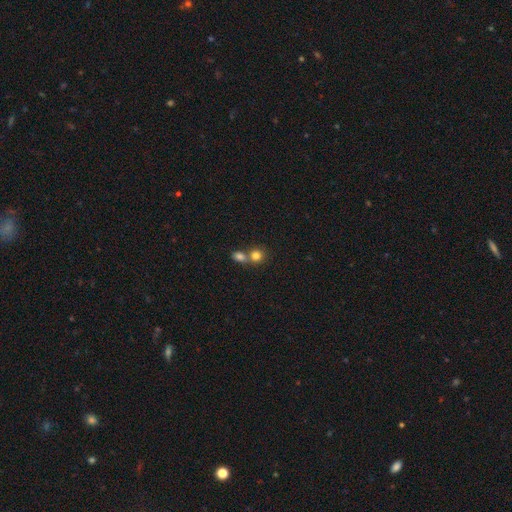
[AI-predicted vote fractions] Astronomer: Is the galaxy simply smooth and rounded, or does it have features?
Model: smooth — 81%.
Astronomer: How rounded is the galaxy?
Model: round — 80%.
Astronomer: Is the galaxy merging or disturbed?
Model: merger — 51% (runner-up: none, 41%).